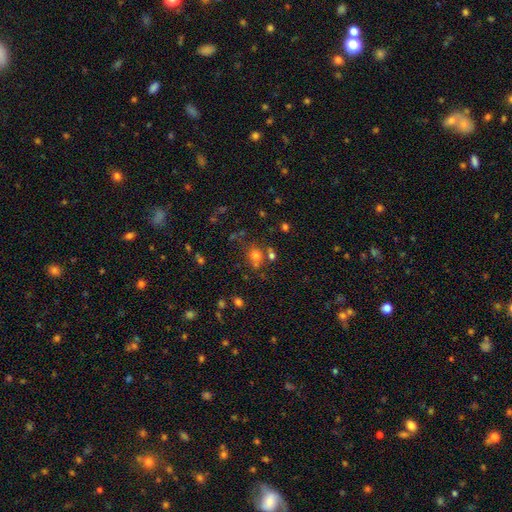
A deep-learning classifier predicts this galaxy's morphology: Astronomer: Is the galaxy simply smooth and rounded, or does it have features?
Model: smooth — 68%.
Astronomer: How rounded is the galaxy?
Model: round — 75%.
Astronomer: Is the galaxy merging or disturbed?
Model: none — 58%.